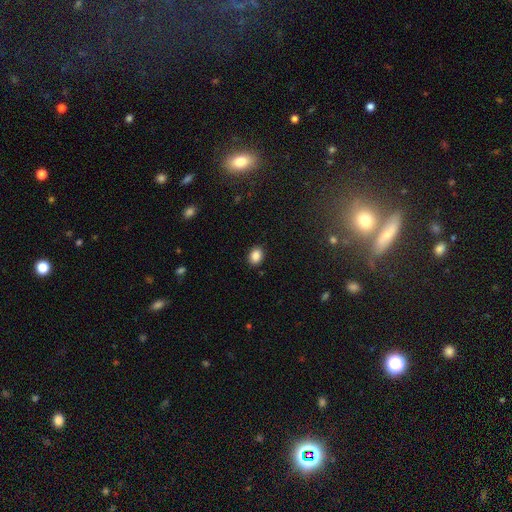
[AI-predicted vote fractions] smooth_or_featured: smooth (p=0.87) [alt: star or artifact p=0.09]
how_rounded: in between (p=0.60) [alt: round p=0.39]
merging: none (p=0.89) [alt: minor disturbance p=0.07]